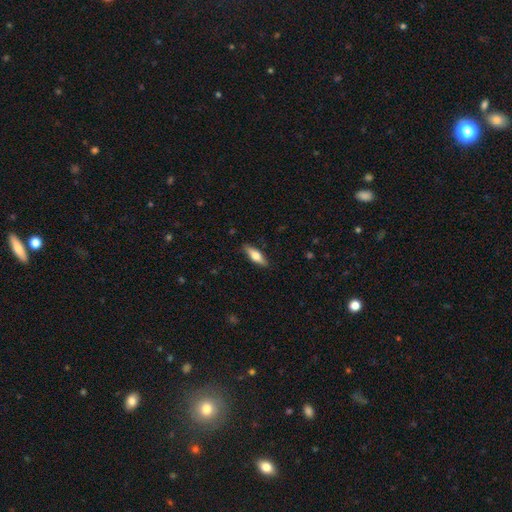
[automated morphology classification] Smooth or featured: smooth — 59% (featured or disk — 35%)
How rounded: in between — 51% (cigar-shaped — 46%)
Merging: none — 86% (minor disturbance — 11%)